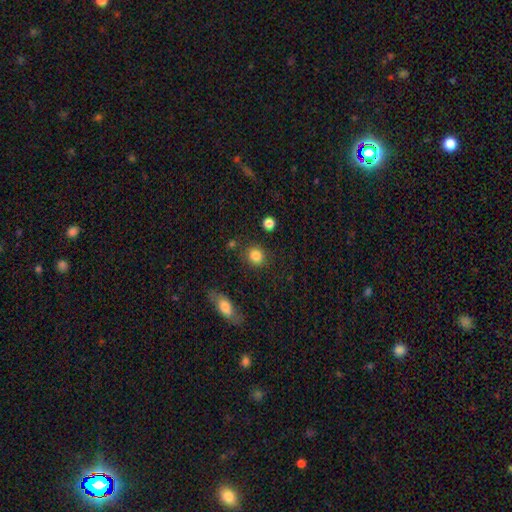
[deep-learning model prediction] smooth 85%, star or artifact 10%, featured or disk 5%. Down the decision tree: how rounded — round (83%); merging — none (83%).